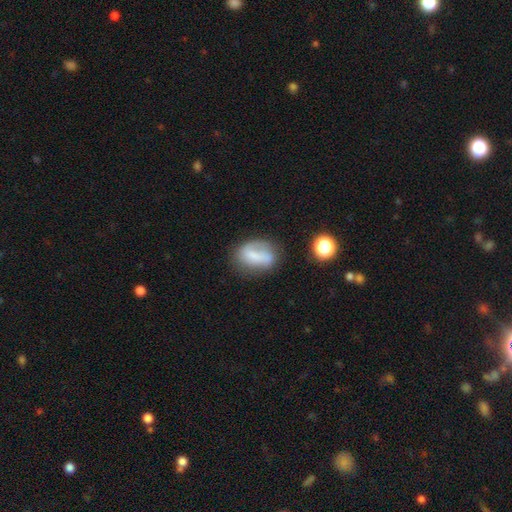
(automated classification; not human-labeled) Morphology: type=smooth (58%); roundness=in between (72%); merging=none (51%).